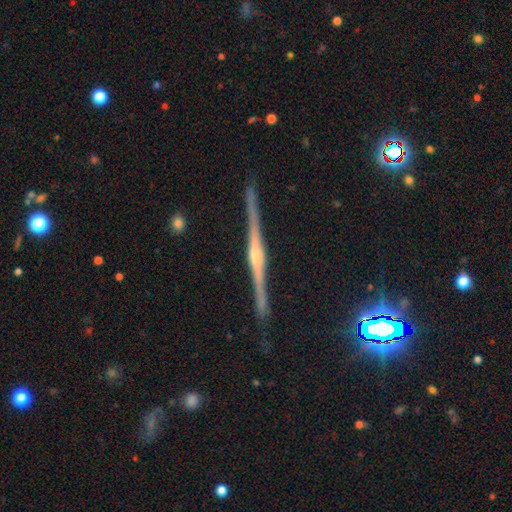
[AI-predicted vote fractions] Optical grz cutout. It shows a featured or disk galaxy (87%) viewed edge-on (99%) with a rounded central bulge (77%). Merging: none (91%).